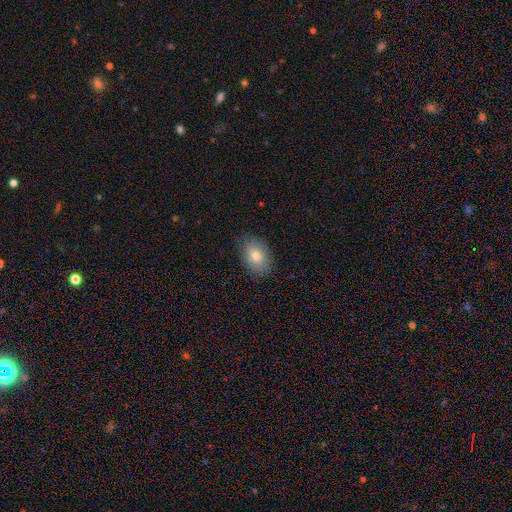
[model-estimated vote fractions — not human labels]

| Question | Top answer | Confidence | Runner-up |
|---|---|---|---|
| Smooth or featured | smooth | 80% | featured or disk (12%) |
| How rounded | in between | 83% | round (16%) |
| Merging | none | 85% | minor disturbance (12%) |